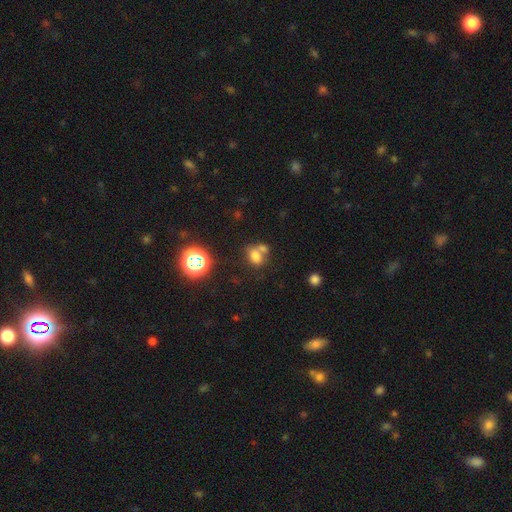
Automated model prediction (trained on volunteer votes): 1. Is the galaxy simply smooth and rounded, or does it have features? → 71% smooth, 18% star or artifact, 11% featured or disk.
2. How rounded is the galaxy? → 63% in between, 35% round, 2% cigar-shaped.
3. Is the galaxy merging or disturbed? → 43% merger, 40% none, 11% minor disturbance, 6% major disturbance.